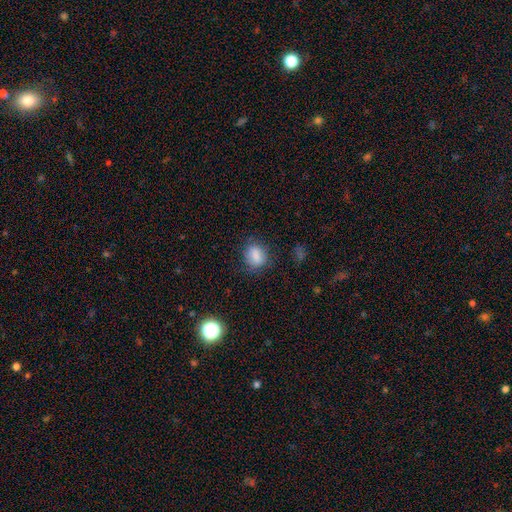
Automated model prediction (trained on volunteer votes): Q: Smooth or featured?
A: smooth (82%); runner-up: star or artifact (10%)
Q: How rounded?
A: in between (56%); runner-up: round (42%)
Q: Merging?
A: none (71%); runner-up: minor disturbance (20%)